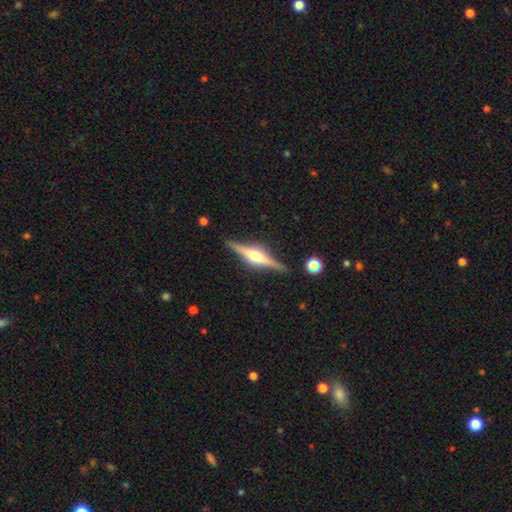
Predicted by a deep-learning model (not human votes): smooth-or-featured: featured or disk: 79% | smooth: 15% | star or artifact: 6%
  disk-edge-on: yes: 98% | no: 2%
    edge-on-bulge: rounded: 88% | boxy: 9% | none: 3%
  merging: none: 89% | minor disturbance: 8% | major disturbance: 2% | merger: 2%